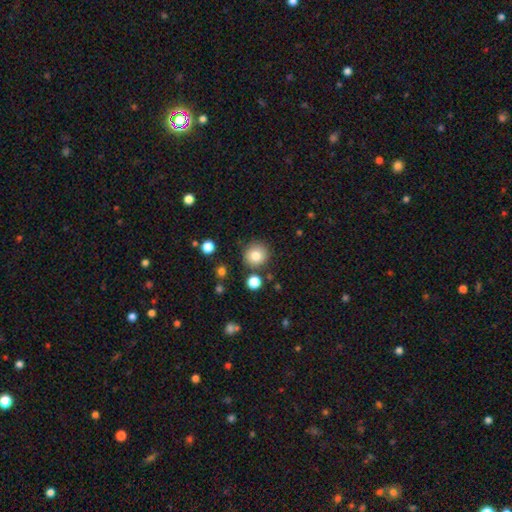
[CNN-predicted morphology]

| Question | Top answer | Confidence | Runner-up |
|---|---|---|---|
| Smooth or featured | smooth | 81% | star or artifact (10%) |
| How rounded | round | 92% | in between (7%) |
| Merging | none | 84% | minor disturbance (8%) |